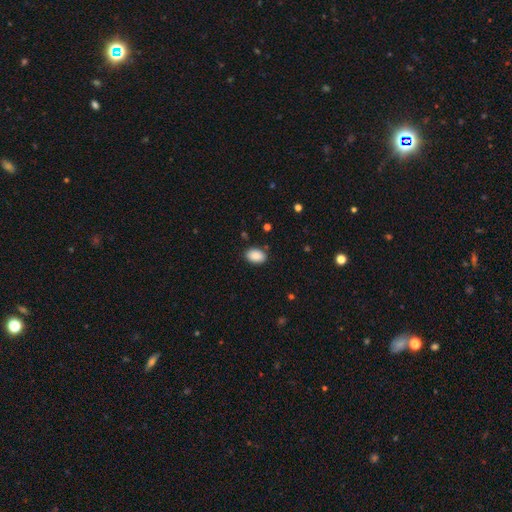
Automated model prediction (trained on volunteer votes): A smooth galaxy with no disk features (89%) that is in between round and cigar-shaped (87%). Merging: none (86%).